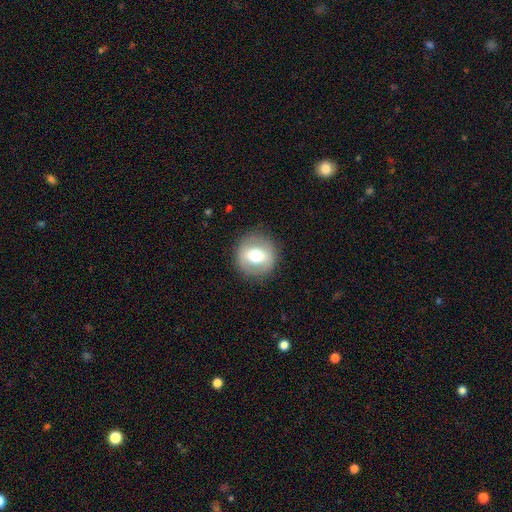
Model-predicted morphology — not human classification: Q: Smooth or featured?
A: smooth (54%); runner-up: featured or disk (37%)
Q: How rounded?
A: round (89%); runner-up: in between (10%)
Q: Merging?
A: none (87%); runner-up: minor disturbance (9%)